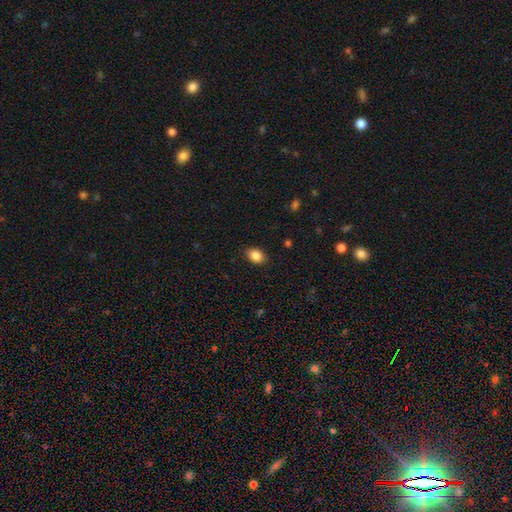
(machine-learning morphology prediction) smooth 87%, star or artifact 9%, featured or disk 5%. Down the decision tree: how rounded — in between (78%); merging — none (87%).